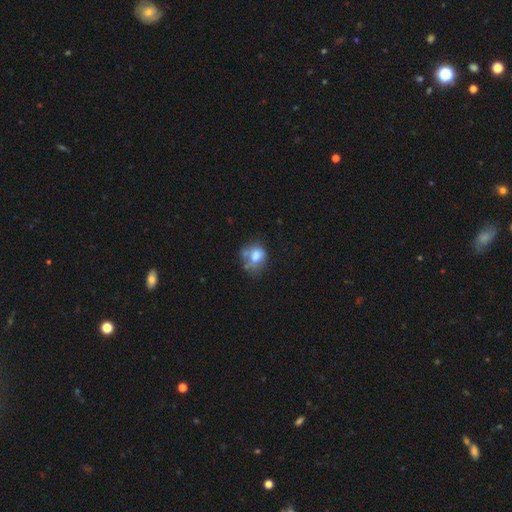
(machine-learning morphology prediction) smooth-or-featured: smooth: 64% | featured or disk: 25% | star or artifact: 11%
  how-rounded: in between: 50% | round: 49% | cigar-shaped: 1%
  merging: none: 37% | minor disturbance: 25% | merger: 22% | major disturbance: 17%